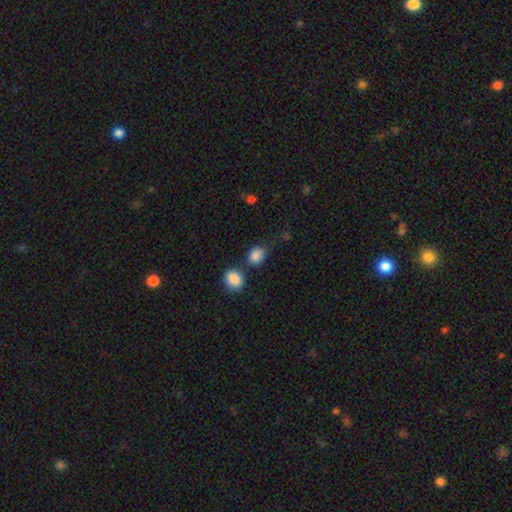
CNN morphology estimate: A smooth galaxy with no disk features (86%) that is in between round and cigar-shaped (50%). Merging: none (57%).